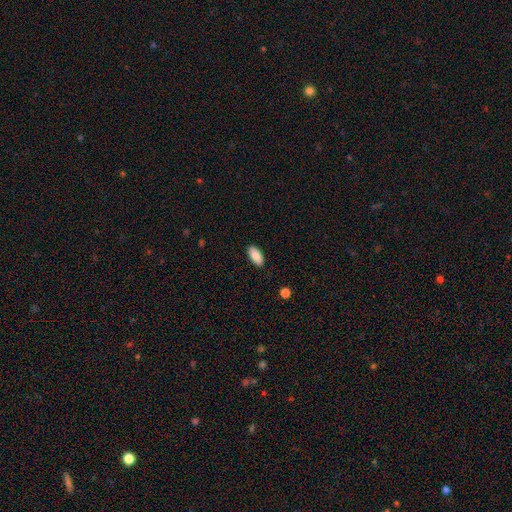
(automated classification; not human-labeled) This is clearly a smooth galaxy (87%). How rounded: clearly in between (92%). Merging: clearly none (88%).